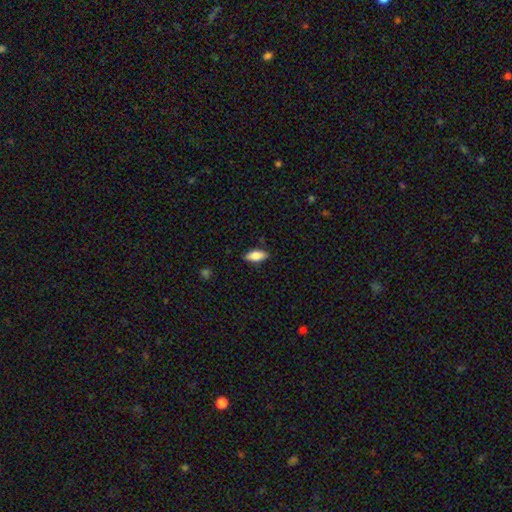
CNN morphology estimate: Smooth or featured?
  - smooth: 82% *
  - featured or disk: 12%
  - star or artifact: 7%
How rounded?
  - in between: 82% *
  - cigar-shaped: 16%
  - round: 2%
Merging?
  - none: 86% *
  - minor disturbance: 11%
  - major disturbance: 2%
  - merger: 1%